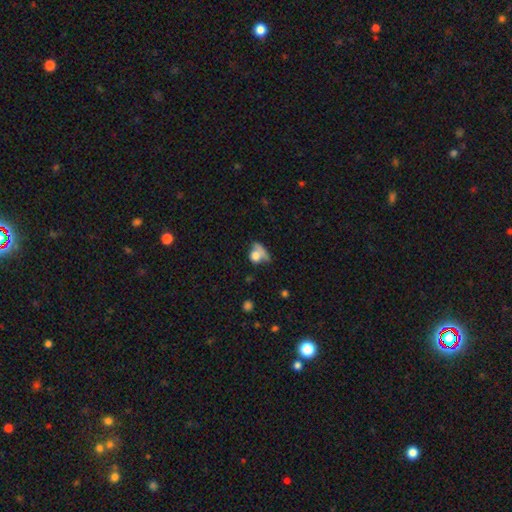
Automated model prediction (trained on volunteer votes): Morphology: type=smooth (69%); roundness=round (48%); merging=none (32%).